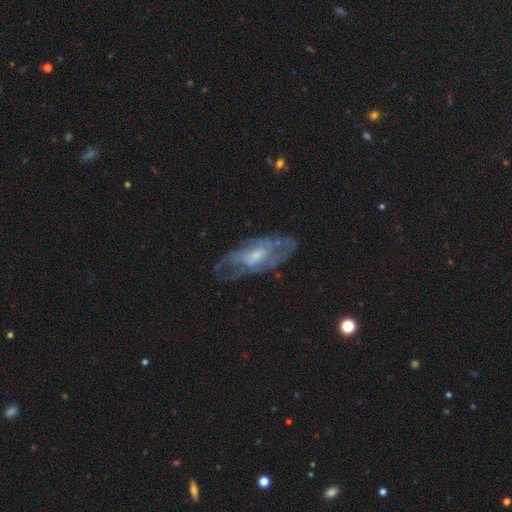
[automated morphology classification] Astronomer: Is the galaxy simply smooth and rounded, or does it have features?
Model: featured or disk — 70%.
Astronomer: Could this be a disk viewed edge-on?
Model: no — 89%.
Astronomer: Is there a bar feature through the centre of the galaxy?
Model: no — 56% (runner-up: weak, 36%).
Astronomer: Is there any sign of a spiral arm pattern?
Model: yes — 60% (runner-up: no, 40%).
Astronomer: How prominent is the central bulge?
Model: small — 48% (runner-up: moderate, 38%).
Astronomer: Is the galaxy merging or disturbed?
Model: none — 57%.